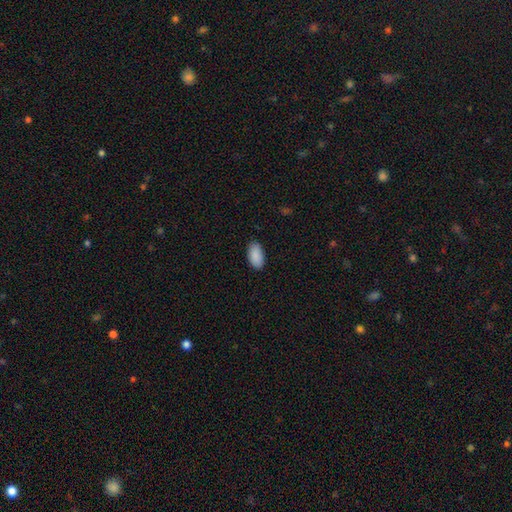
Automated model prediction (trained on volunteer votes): A smooth galaxy with no disk features (90%) that is in between round and cigar-shaped (95%). Merging: none (87%).